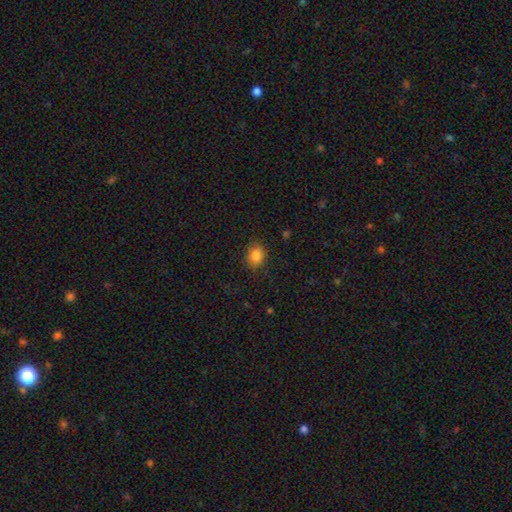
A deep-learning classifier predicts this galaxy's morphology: Smooth or featured: smooth — 85% (star or artifact — 10%)
How rounded: round — 50% (in between — 49%)
Merging: none — 83% (minor disturbance — 12%)